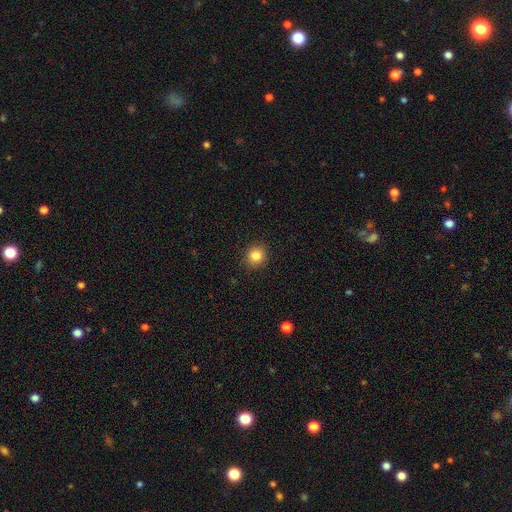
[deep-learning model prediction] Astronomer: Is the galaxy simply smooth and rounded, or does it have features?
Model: smooth — 84%.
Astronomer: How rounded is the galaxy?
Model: round — 89%.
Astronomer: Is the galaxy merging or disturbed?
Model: none — 90%.